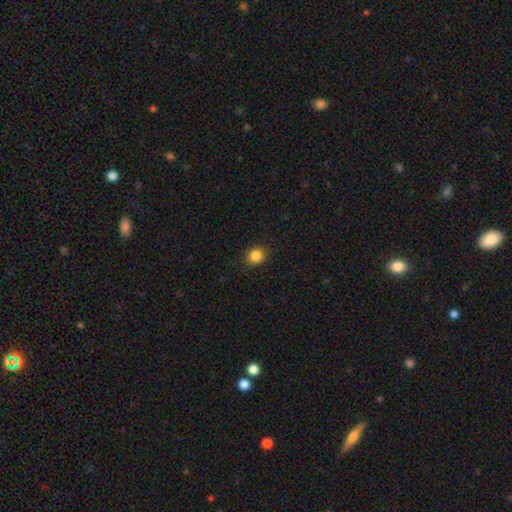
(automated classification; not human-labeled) Smooth or featured? smooth (85%)
How rounded? round (70%)
Merging? none (88%)